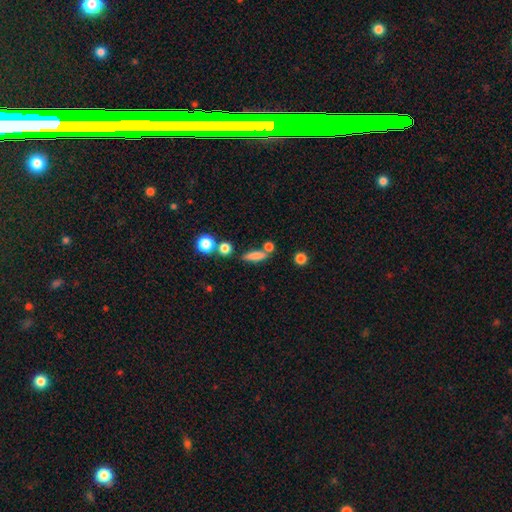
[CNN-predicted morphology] smooth_or_featured: smooth (p=0.77) [alt: featured or disk p=0.14]
how_rounded: cigar-shaped (p=0.59) [alt: in between p=0.34]
merging: none (p=0.66) [alt: merger p=0.16]